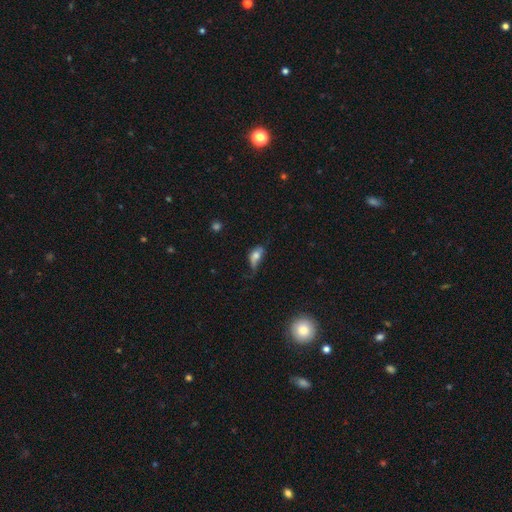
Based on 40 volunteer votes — This is possibly a smooth galaxy (50%). How rounded: clearly in between (90%). Merging: possibly major disturbance (55%).